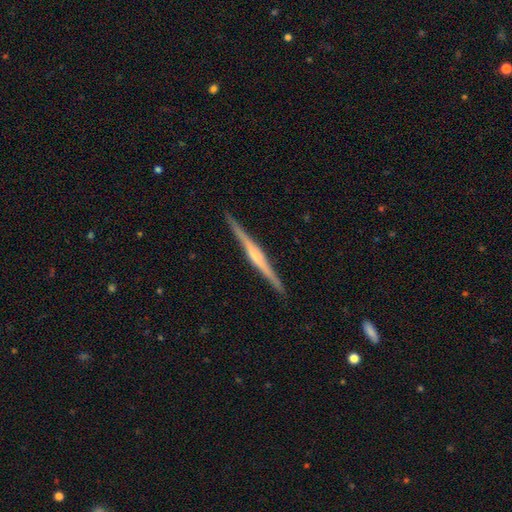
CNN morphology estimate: This is clearly a featured or disk galaxy (81%). It is clearly viewed edge-on (98%). Edge-on bulge: likely rounded (68%). Merging: clearly none (92%).